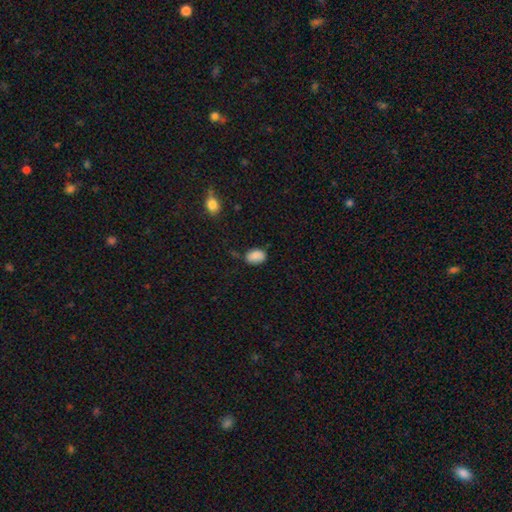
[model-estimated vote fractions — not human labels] Q: Smooth or featured?
A: smooth (88%); runner-up: star or artifact (8%)
Q: How rounded?
A: in between (82%); runner-up: round (17%)
Q: Merging?
A: none (71%); runner-up: minor disturbance (22%)